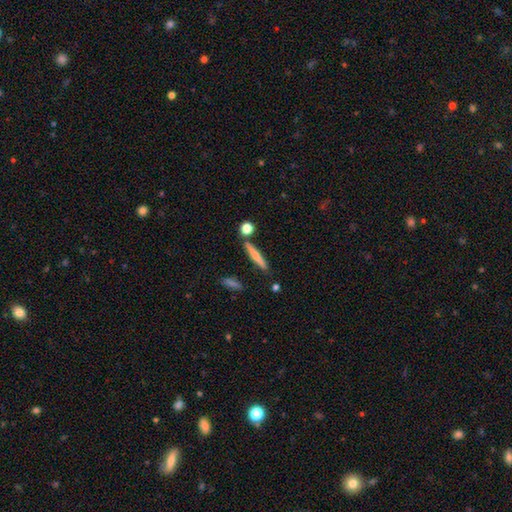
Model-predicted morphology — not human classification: Smooth or featured?
  - smooth: 64% *
  - featured or disk: 29%
  - star or artifact: 7%
How rounded?
  - cigar-shaped: 89% *
  - in between: 7%
  - round: 3%
Merging?
  - none: 81% *
  - minor disturbance: 10%
  - merger: 7%
  - major disturbance: 3%